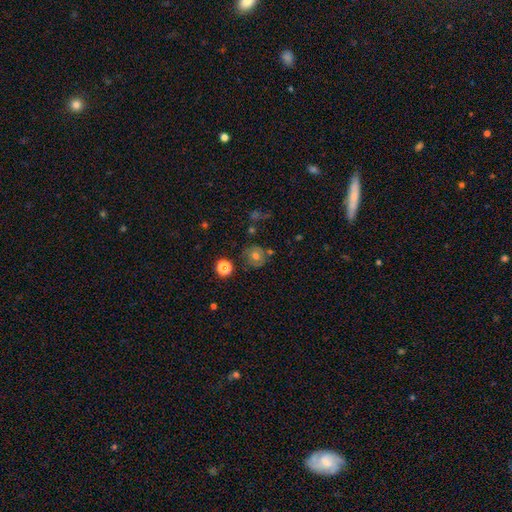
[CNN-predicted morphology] Smooth or featured?
  - smooth: 58% *
  - featured or disk: 29%
  - star or artifact: 13%
How rounded?
  - round: 84% *
  - in between: 15%
  - cigar-shaped: 1%
Merging?
  - none: 73% *
  - minor disturbance: 16%
  - major disturbance: 6%
  - merger: 6%